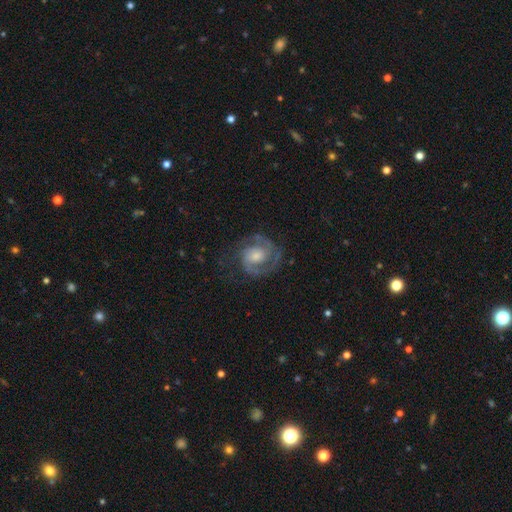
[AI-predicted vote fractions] Smooth or featured?
  - featured or disk: 85% *
  - smooth: 9%
  - star or artifact: 6%
Edge-on disk?
  - no: 98% *
  - yes: 2%
Bar?
  - no: 60% *
  - weak: 33%
  - strong: 7%
Spiral arms?
  - yes: 96% *
  - no: 4%
Spiral winding?
  - tight: 49% *
  - medium: 42%
  - loose: 9%
Spiral arm count?
  - 2: 75% *
  - can't tell: 8%
  - 3: 7%
  - 1: 6%
  - 4: 2%
  - more than 4: 2%
Bulge size?
  - moderate: 48% *
  - small: 34%
  - large: 11%
  - none: 5%
  - dominant: 2%
Merging?
  - none: 71% *
  - minor disturbance: 17%
  - major disturbance: 11%
  - merger: 1%